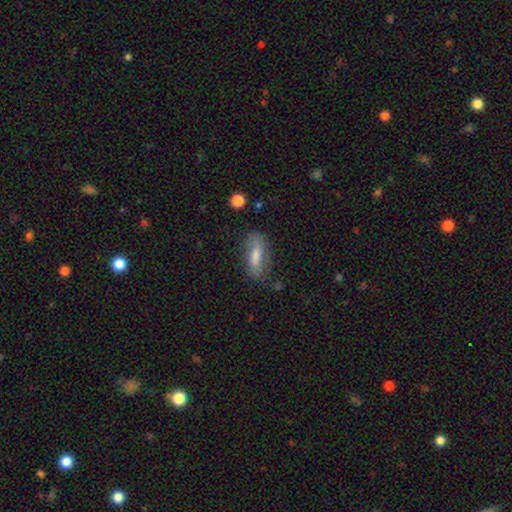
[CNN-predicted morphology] A smooth galaxy with no disk features (63%) that is in between round and cigar-shaped (52%).

Vote fractions:
- Smooth or featured? smooth: 63% / featured or disk: 29% / star or artifact: 9%
- How rounded? in between: 52% / cigar-shaped: 45% / round: 3%
- Merging? none: 69% / minor disturbance: 21% / major disturbance: 7% / merger: 3%